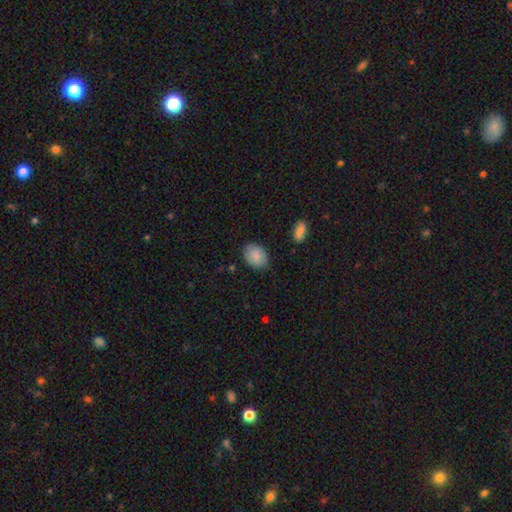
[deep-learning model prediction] smooth-or-featured: smooth: 87% | star or artifact: 7% | featured or disk: 6%
  how-rounded: in between: 65% | round: 34% | cigar-shaped: 1%
  merging: none: 82% | minor disturbance: 14% | major disturbance: 3% | merger: 1%